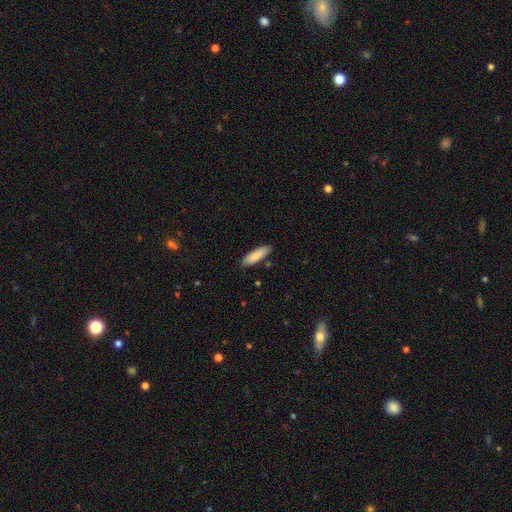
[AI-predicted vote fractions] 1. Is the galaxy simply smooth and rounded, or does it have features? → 85% smooth, 9% featured or disk, 6% star or artifact.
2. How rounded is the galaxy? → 55% cigar-shaped, 43% in between, 1% round.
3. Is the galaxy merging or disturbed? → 86% none, 10% minor disturbance, 2% merger, 2% major disturbance.